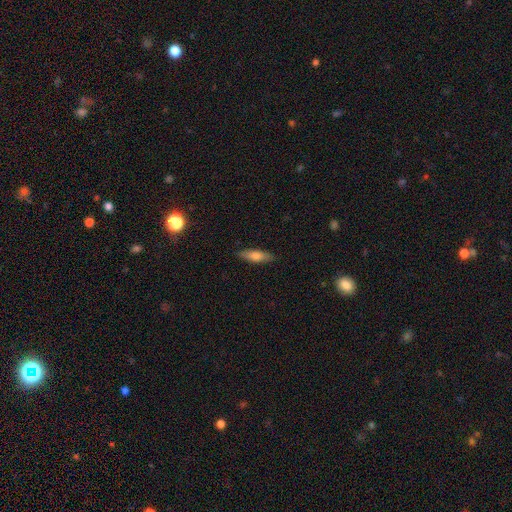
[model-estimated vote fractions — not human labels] Smooth or featured?
  - smooth: 67% *
  - featured or disk: 27%
  - star or artifact: 7%
How rounded?
  - cigar-shaped: 59% *
  - in between: 38%
  - round: 2%
Merging?
  - none: 88% *
  - minor disturbance: 9%
  - major disturbance: 2%
  - merger: 1%